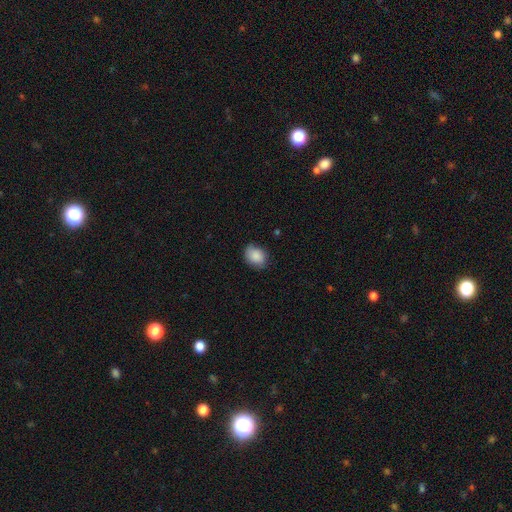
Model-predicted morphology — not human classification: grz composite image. It shows a smooth galaxy with no disk features (87%) that is in between round and cigar-shaped (60%). Merging: none (75%).